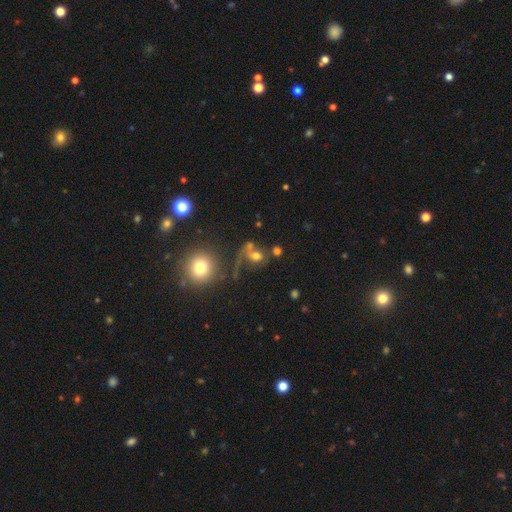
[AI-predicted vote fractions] Overall: smooth (58%; featured or disk 22%). How rounded: round (65%; in between 32%). Merging: none (36%; merger 29%).